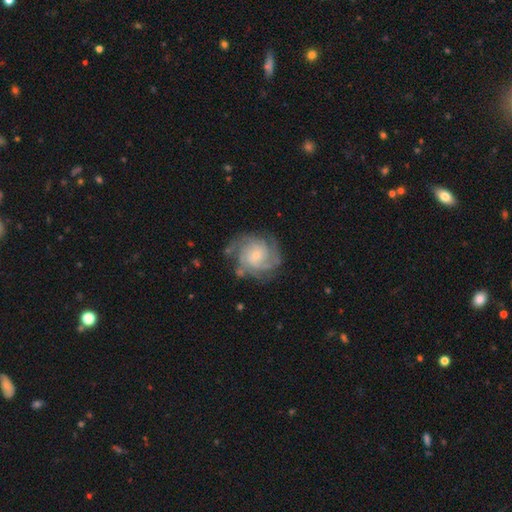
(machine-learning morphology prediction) Smooth or featured? Predicted: featured or disk (p=0.84). Edge-on disk? Predicted: no (p=0.98). Bar? Predicted: no (p=0.70). Spiral arms? Predicted: yes (p=0.96). Spiral winding? Predicted: tight (p=0.60). Spiral arm count? Predicted: 3 (p=0.28). Bulge size? Predicted: small (p=0.69). Merging? Predicted: none (p=0.71).